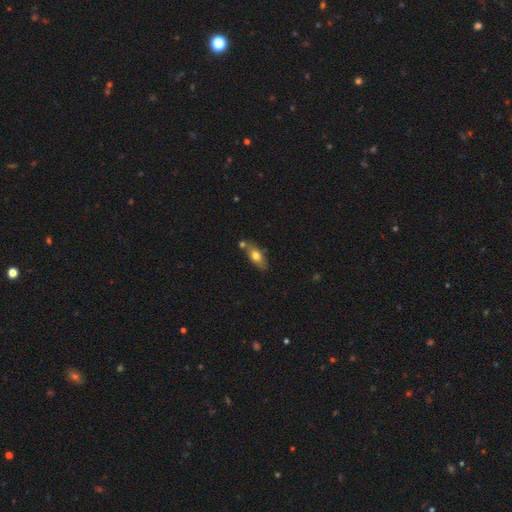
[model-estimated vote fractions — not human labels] A smooth galaxy with no disk features (68%) that is in between round and cigar-shaped (77%). Merging: none (63%).